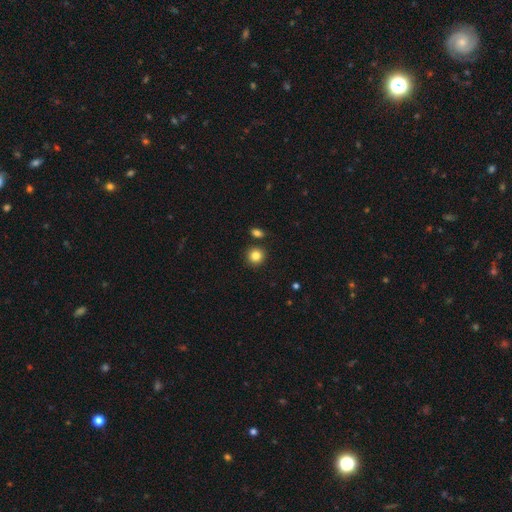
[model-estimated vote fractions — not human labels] Smooth or featured?
  - smooth: 84% *
  - star or artifact: 11%
  - featured or disk: 6%
How rounded?
  - round: 91% *
  - in between: 8%
  - cigar-shaped: 1%
Merging?
  - none: 86% *
  - minor disturbance: 7%
  - merger: 5%
  - major disturbance: 2%